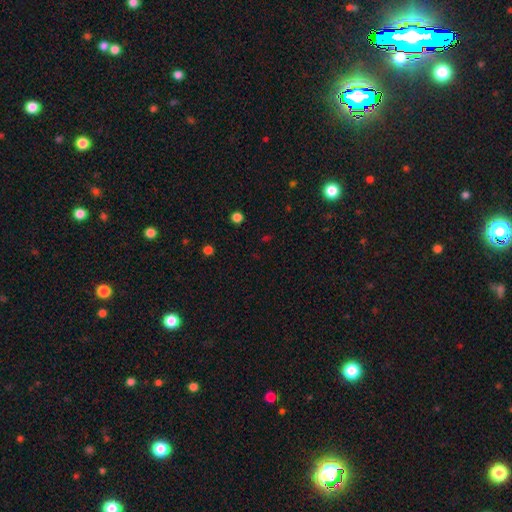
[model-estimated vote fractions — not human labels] Overall: star or artifact (58%; smooth 35%).